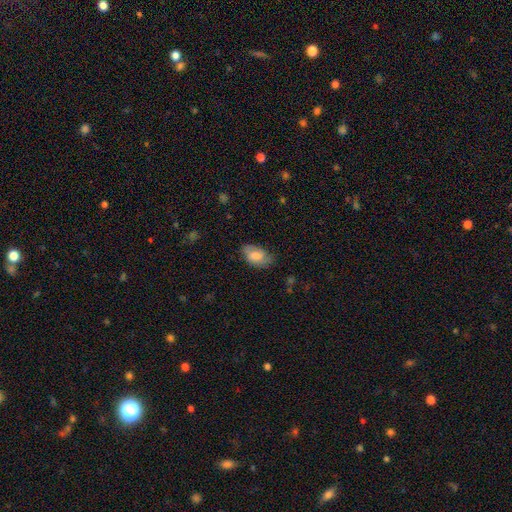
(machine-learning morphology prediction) type=smooth (74%); roundness=in between (91%); merging=none (65%).